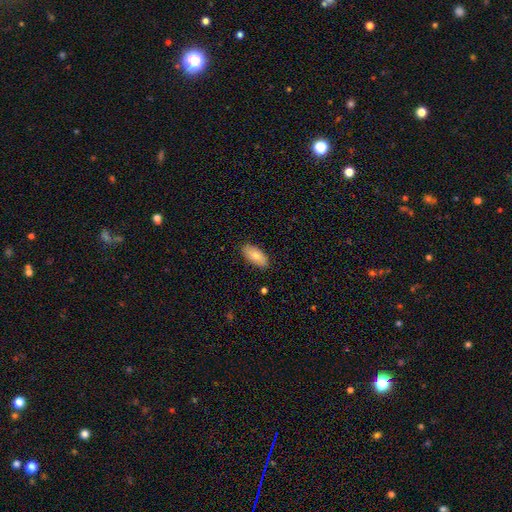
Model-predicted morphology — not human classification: This appears to be a smooth galaxy with no disk features (76%) that is in between round and cigar-shaped (91%). Merging: none (87%).